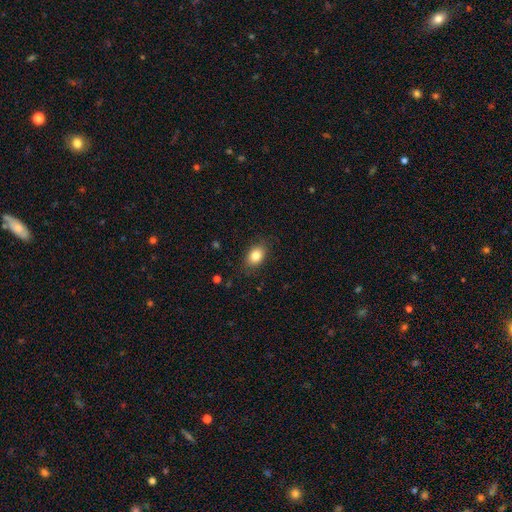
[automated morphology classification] smooth-or-featured: smooth: 83% | star or artifact: 9% | featured or disk: 8%
  how-rounded: in between: 74% | round: 24% | cigar-shaped: 1%
  merging: none: 84% | minor disturbance: 12% | major disturbance: 3% | merger: 1%